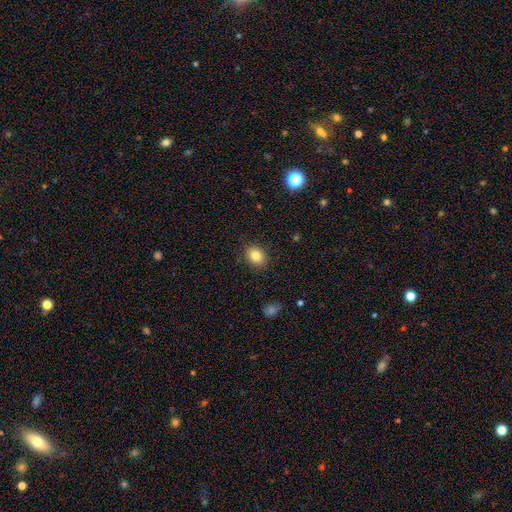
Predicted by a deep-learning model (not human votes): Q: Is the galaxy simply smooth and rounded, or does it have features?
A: smooth — 84%.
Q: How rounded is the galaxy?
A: in between — 54%.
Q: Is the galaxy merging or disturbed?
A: none — 88%.